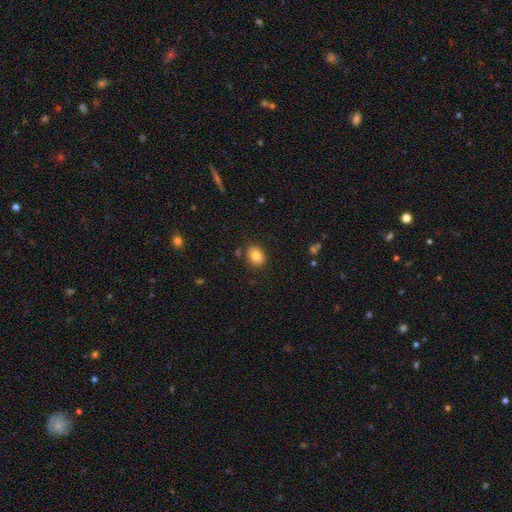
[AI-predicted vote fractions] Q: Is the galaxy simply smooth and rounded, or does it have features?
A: smooth — 84%.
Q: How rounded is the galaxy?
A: in between — 59%.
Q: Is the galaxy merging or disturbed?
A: none — 84%.